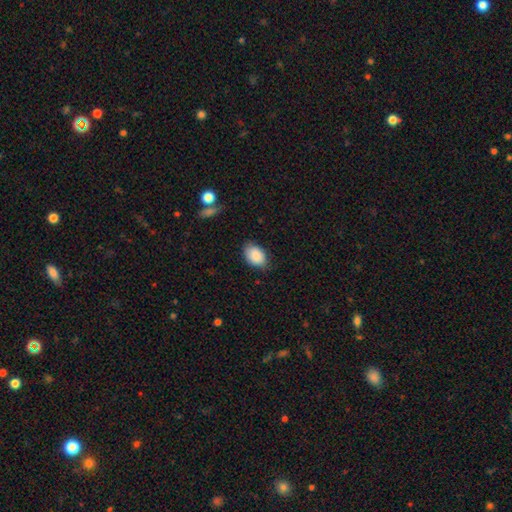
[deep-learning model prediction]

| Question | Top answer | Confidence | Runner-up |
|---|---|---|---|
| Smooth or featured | smooth | 88% | star or artifact (7%) |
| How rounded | in between | 85% | round (14%) |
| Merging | none | 78% | minor disturbance (18%) |